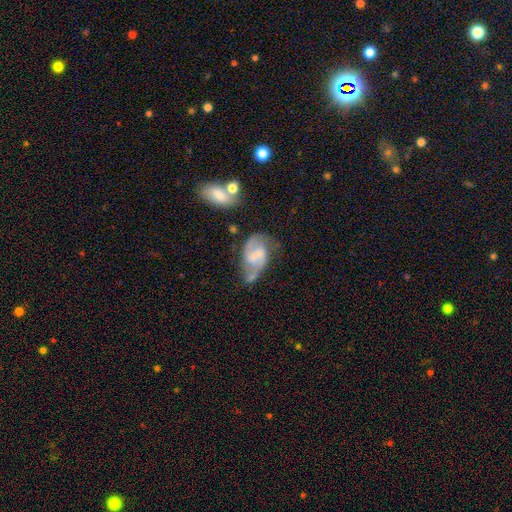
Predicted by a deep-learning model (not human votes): A featured or disk galaxy (68%) with a weak bar (49%), 2 (84%) medium (45%) spiral arms (83%) and no central bulge (41%).

Vote fractions:
- Smooth or featured? featured or disk: 68% / smooth: 25% / star or artifact: 8%
- Edge-on disk? no: 97% / yes: 3%
- Bar? weak: 49% / strong: 30% / no: 21%
- Spiral arms? yes: 83% / no: 17%
- Spiral winding? medium: 45% / loose: 40% / tight: 15%
- Spiral arm count? 2: 84% / can't tell: 8% / 1: 4% / 3: 1% / 4: 1% / more than 4: 1%
- Bulge size? none: 41% / small: 29% / moderate: 22% / large: 7% / dominant: 2%
- Merging? none: 46% / minor disturbance: 27% / major disturbance: 16% / merger: 11%